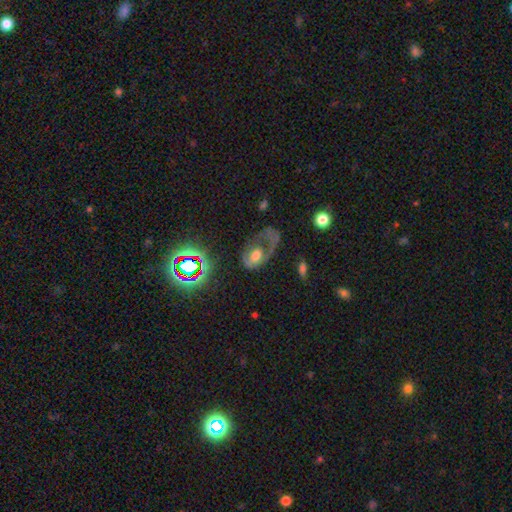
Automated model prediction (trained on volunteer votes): A featured or disk galaxy (54%) with no bar (76%), spiral arms (50%, tied with no) and a moderate central bulge (59%). Merging: major disturbance (55%).